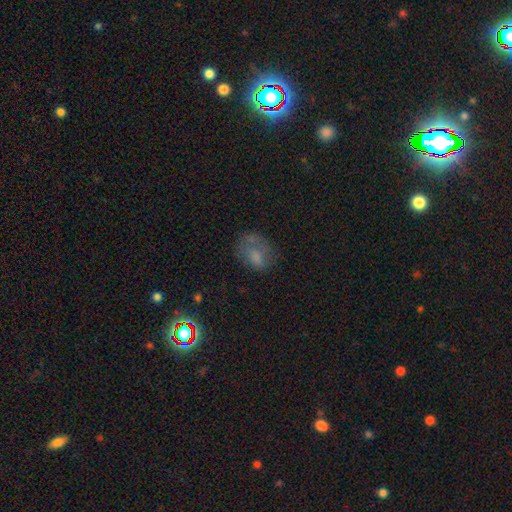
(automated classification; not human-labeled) The model was most divided on "merging": none: 45%, minor disturbance: 26%, major disturbance: 24%, merger: 5%. More confident: how rounded — in between (69%); smooth or featured — smooth (65%).